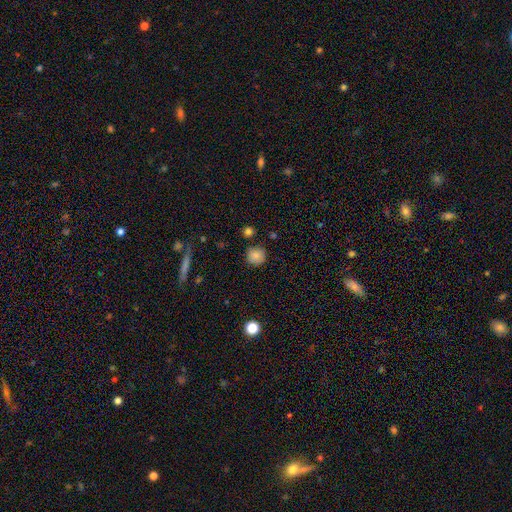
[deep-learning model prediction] This appears to be a smooth galaxy with no disk features (84%) that is round (92%). Merging: none (82%).